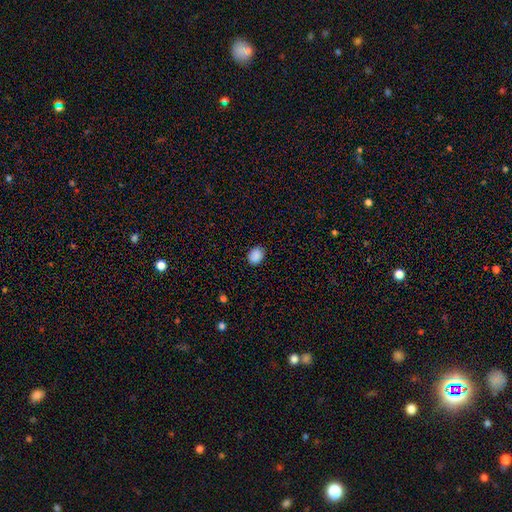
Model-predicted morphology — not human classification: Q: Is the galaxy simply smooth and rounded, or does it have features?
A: smooth — 89%.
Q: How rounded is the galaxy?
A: in between — 64%.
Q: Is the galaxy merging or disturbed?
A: none — 88%.